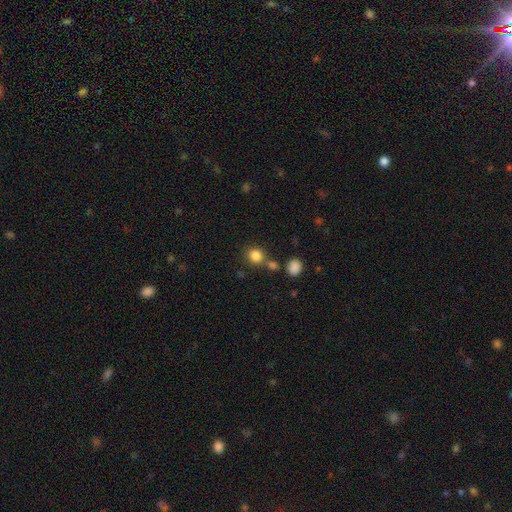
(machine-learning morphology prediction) smooth-or-featured: smooth: 84% | star or artifact: 11% | featured or disk: 5%
  how-rounded: round: 84% | in between: 15% | cigar-shaped: 1%
  merging: none: 70% | merger: 17% | minor disturbance: 9% | major disturbance: 4%